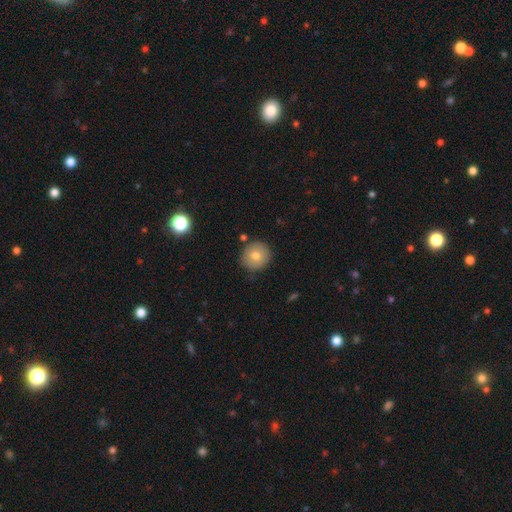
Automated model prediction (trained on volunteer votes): Smooth or featured: smooth — 76% (featured or disk — 15%)
How rounded: round — 92% (in between — 7%)
Merging: none — 87% (minor disturbance — 8%)